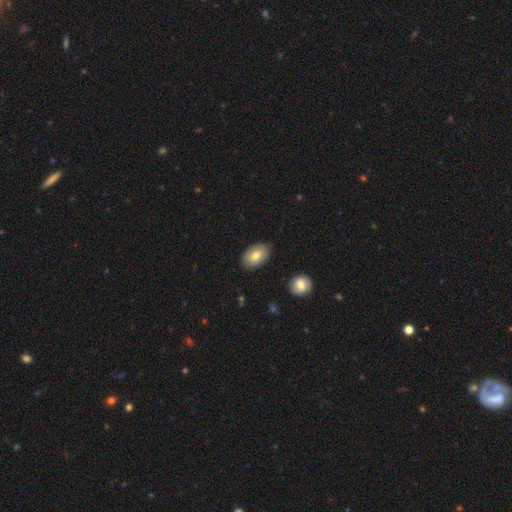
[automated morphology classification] A smooth galaxy with no disk features (75%) that is in between round and cigar-shaped (92%).

Vote fractions:
- Smooth or featured? smooth: 75% / featured or disk: 19% / star or artifact: 7%
- How rounded? in between: 92% / round: 7% / cigar-shaped: 1%
- Merging? none: 83% / minor disturbance: 13% / major disturbance: 2% / merger: 2%